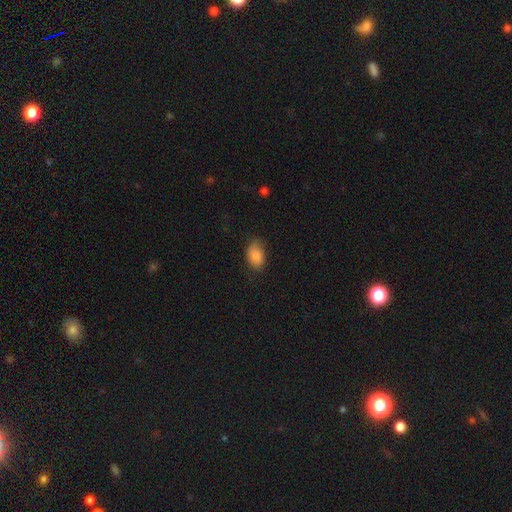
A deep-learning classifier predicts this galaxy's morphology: A smooth galaxy with no disk features (87%) that is in between round and cigar-shaped (86%).

Vote fractions:
- Smooth or featured? smooth: 87% / star or artifact: 7% / featured or disk: 6%
- How rounded? in between: 86% / round: 12% / cigar-shaped: 1%
- Merging? none: 71% / minor disturbance: 22% / major disturbance: 5% / merger: 1%